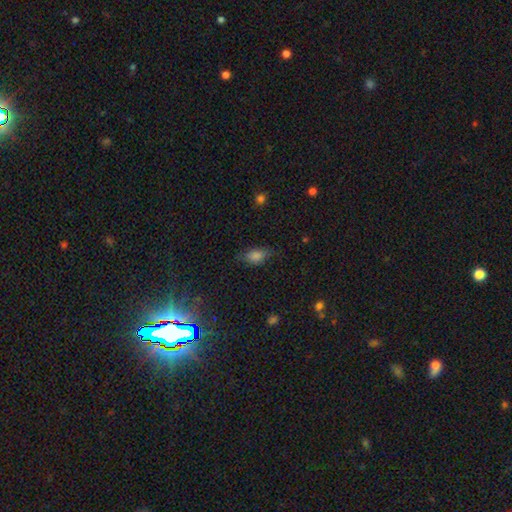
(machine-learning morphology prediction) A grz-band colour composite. It shows a smooth galaxy with no disk features (71%) that is in between round and cigar-shaped (85%). Merging: none (69%).